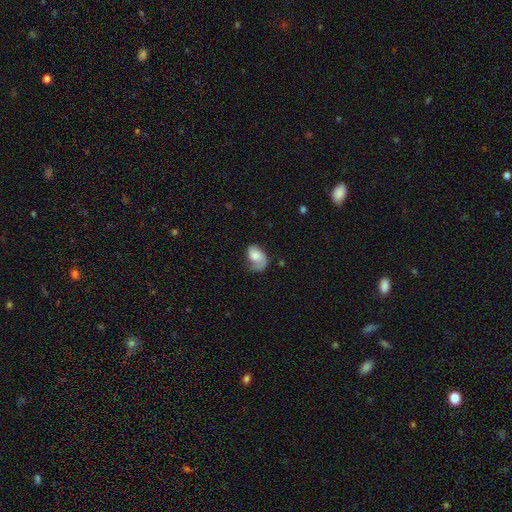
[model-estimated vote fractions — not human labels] Smooth or featured? Predicted: featured or disk (p=0.50). Merging? Predicted: none (p=0.41).